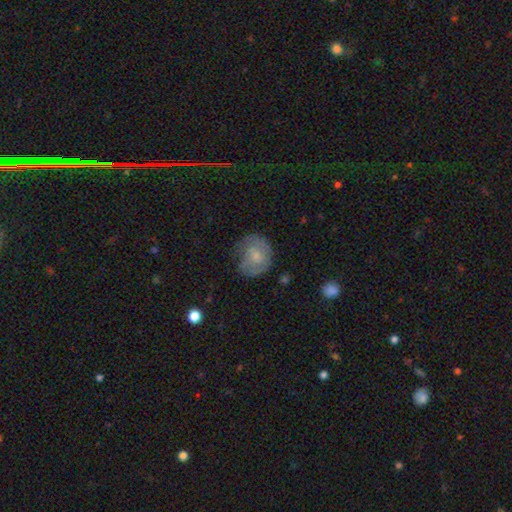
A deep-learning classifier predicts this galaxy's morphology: type=smooth (46%); merging=none (53%).